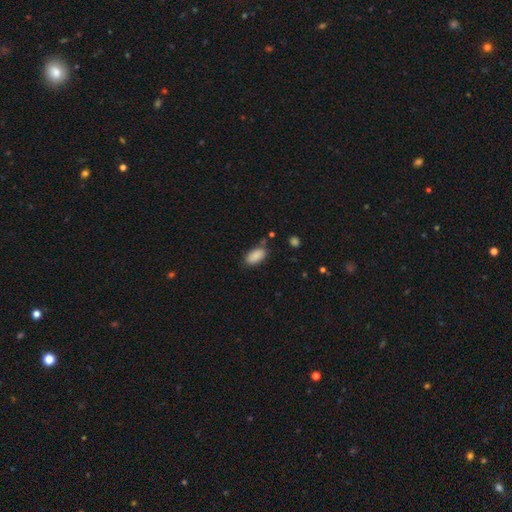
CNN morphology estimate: Smooth or featured: smooth — 87% (star or artifact — 7%)
How rounded: in between — 94% (cigar-shaped — 3%)
Merging: none — 71% (minor disturbance — 20%)